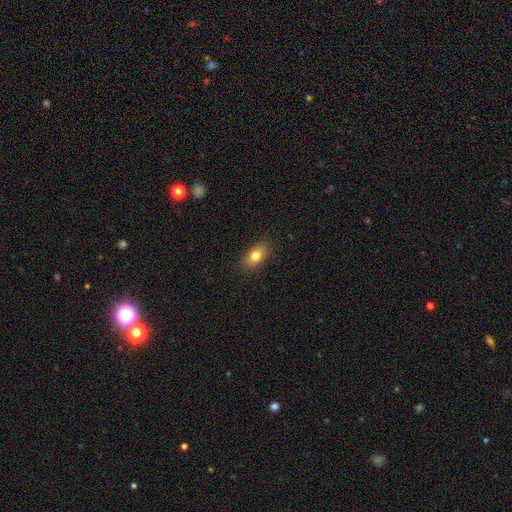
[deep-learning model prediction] Smooth or featured? smooth (80%)
How rounded? in between (86%)
Merging? none (88%)